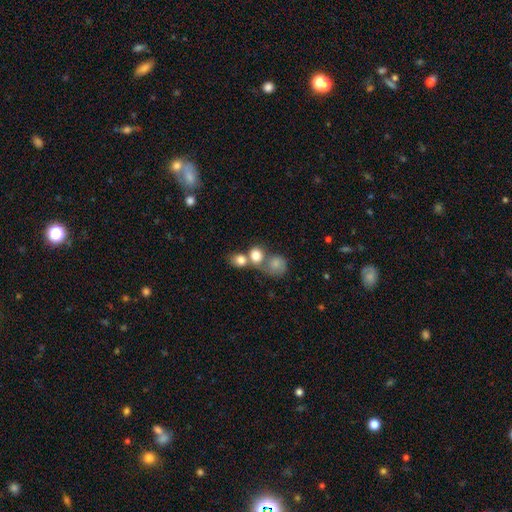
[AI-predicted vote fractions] This appears to be a smooth galaxy with no disk features (78%) that is round (67%). Merging: merger (52%).